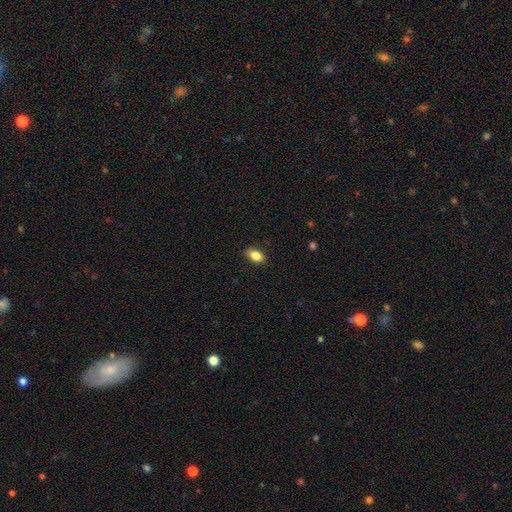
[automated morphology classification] This is clearly a smooth galaxy (83%). How rounded: clearly in between (90%). Merging: clearly none (87%).